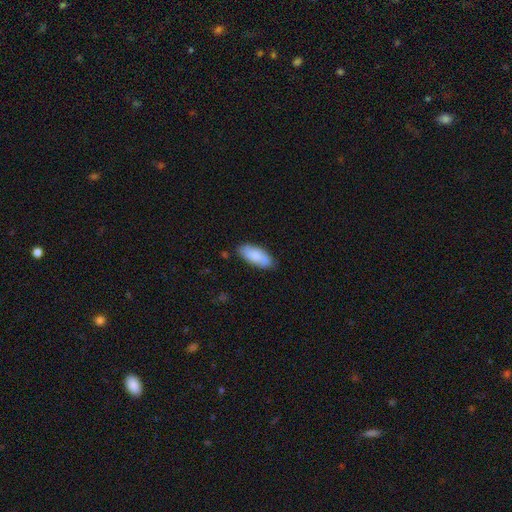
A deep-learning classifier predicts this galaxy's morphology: type=smooth (80%); roundness=in between (83%); merging=none (79%).